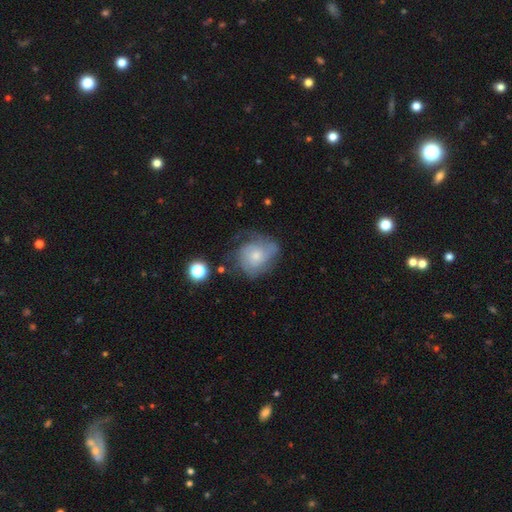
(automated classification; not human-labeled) A featured or disk galaxy (55%) with no bar (79%), spiral arms (79%) and a small central bulge (46%).

Vote fractions:
- Smooth or featured? featured or disk: 55% / smooth: 37% / star or artifact: 8%
- Edge-on disk? no: 97% / yes: 3%
- Bar? no: 79% / weak: 18% / strong: 2%
- Spiral arms? yes: 79% / no: 21%
- Bulge size? small: 46% / moderate: 44% / large: 4% / none: 4% / dominant: 1%
- Merging? none: 47% / minor disturbance: 29% / major disturbance: 21% / merger: 3%